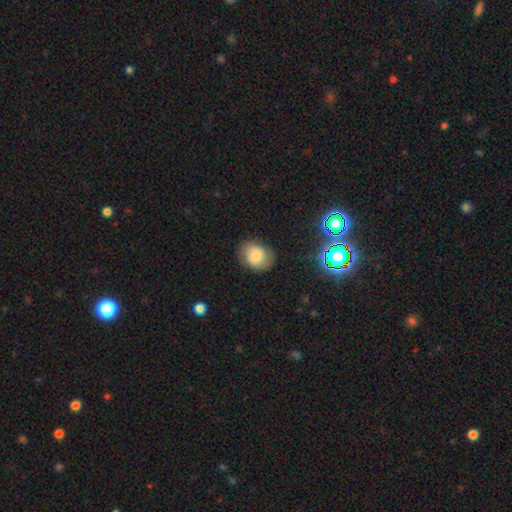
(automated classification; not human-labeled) Smooth or featured: smooth — 71% (featured or disk — 17%)
How rounded: in between — 53% (round — 46%)
Merging: none — 78% (minor disturbance — 16%)